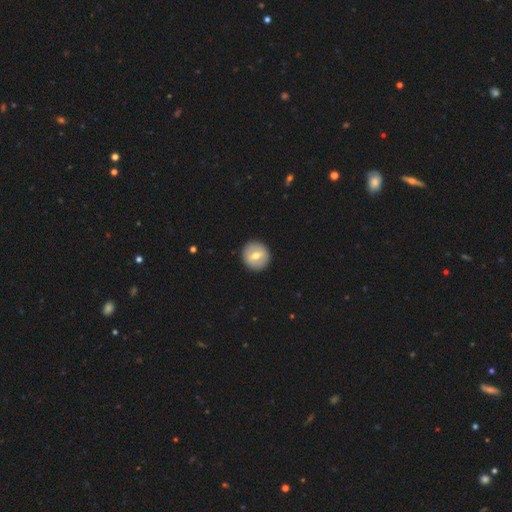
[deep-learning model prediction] This appears to be a smooth galaxy with no disk features (56%) that is round (94%). Merging: none (92%).